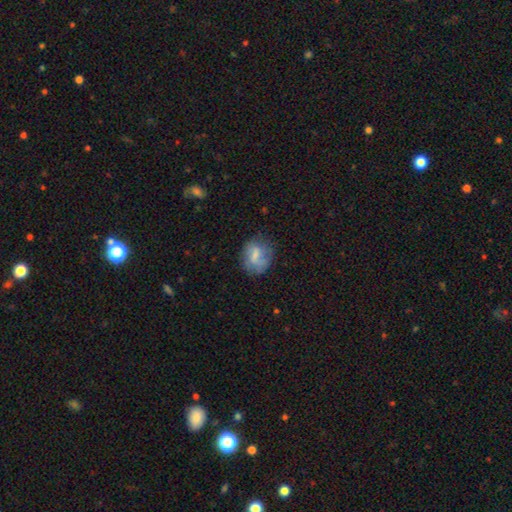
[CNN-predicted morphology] smooth-or-featured: smooth: 58% | featured or disk: 34% | star or artifact: 8%
  how-rounded: in between: 52% | round: 46% | cigar-shaped: 2%
  merging: none: 59% | minor disturbance: 26% | major disturbance: 13% | merger: 2%